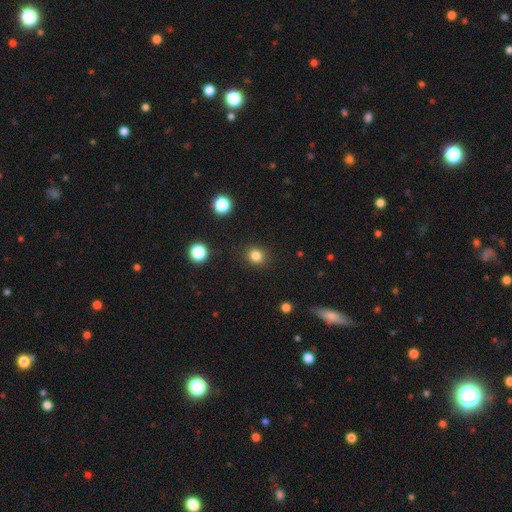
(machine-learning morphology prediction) This is clearly a smooth galaxy (83%). How rounded: clearly round (80%). Merging: clearly none (90%).